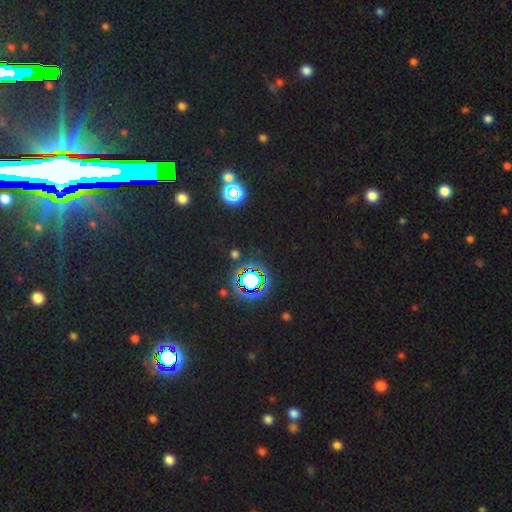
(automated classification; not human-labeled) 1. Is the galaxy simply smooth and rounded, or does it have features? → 81% star or artifact, 10% smooth, 8% featured or disk.